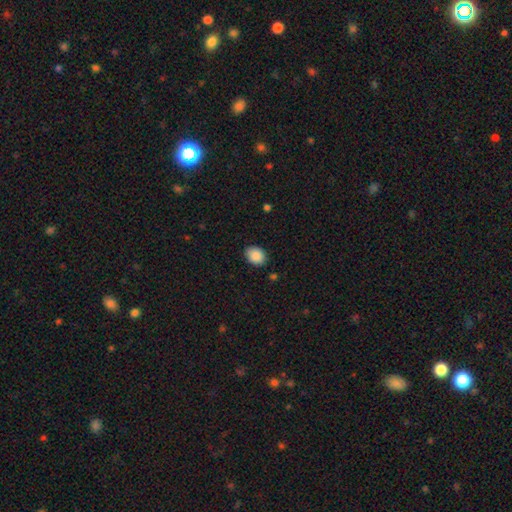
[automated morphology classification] smooth 89%, star or artifact 8%, featured or disk 3%. Down the decision tree: how rounded — in between (60%); merging — none (85%).